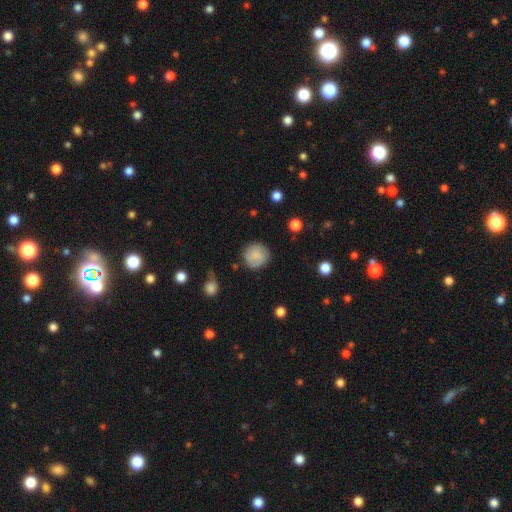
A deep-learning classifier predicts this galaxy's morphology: The model was most divided on "merging": none: 80%, minor disturbance: 14%, major disturbance: 4%, merger: 2%. More confident: how rounded — round (92%); smooth or featured — smooth (79%).